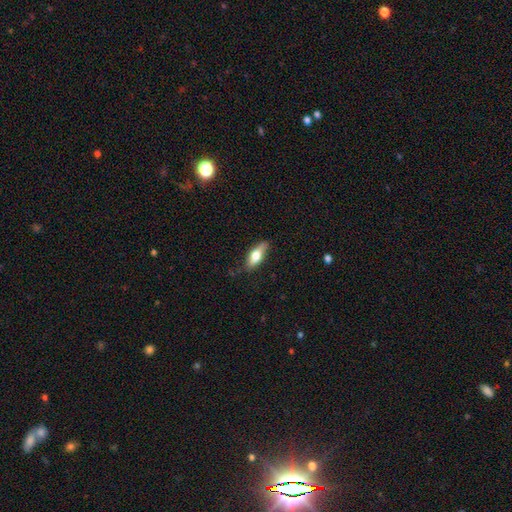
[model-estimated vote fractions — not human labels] smooth_or_featured: smooth (p=0.62) [alt: featured or disk p=0.31]
how_rounded: in between (p=0.64) [alt: cigar-shaped p=0.32]
merging: none (p=0.74) [alt: minor disturbance p=0.20]